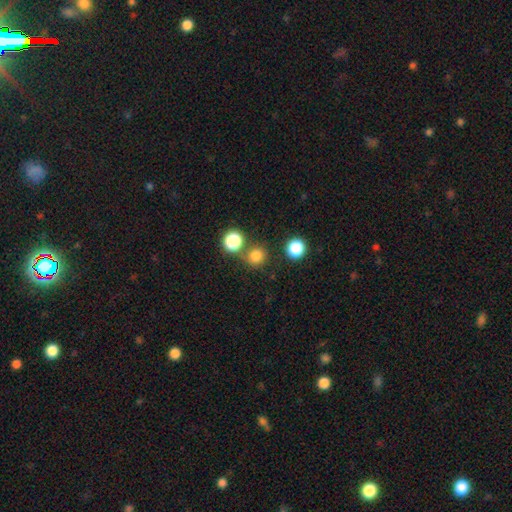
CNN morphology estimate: type=smooth (78%); roundness=round (91%); merging=none (75%).